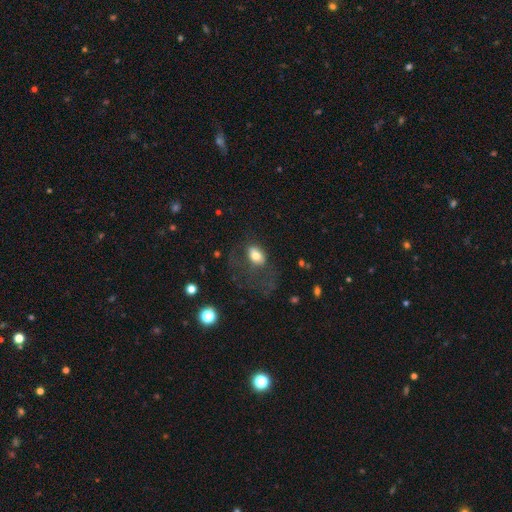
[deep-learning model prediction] A smooth galaxy with no disk features (72%) that is in between round and cigar-shaped (81%).

Vote fractions:
- Smooth or featured? smooth: 72% / featured or disk: 18% / star or artifact: 10%
- How rounded? in between: 81% / round: 17% / cigar-shaped: 2%
- Merging? major disturbance: 46% / none: 32% / minor disturbance: 19% / merger: 3%